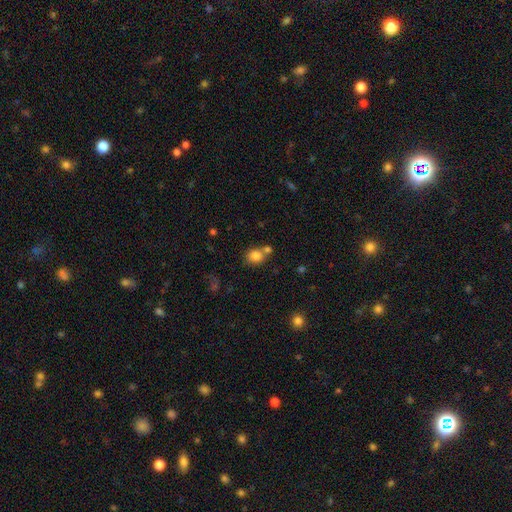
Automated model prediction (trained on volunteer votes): This appears to be a smooth galaxy with no disk features (82%) that is round (68%). Merging: none (58%).